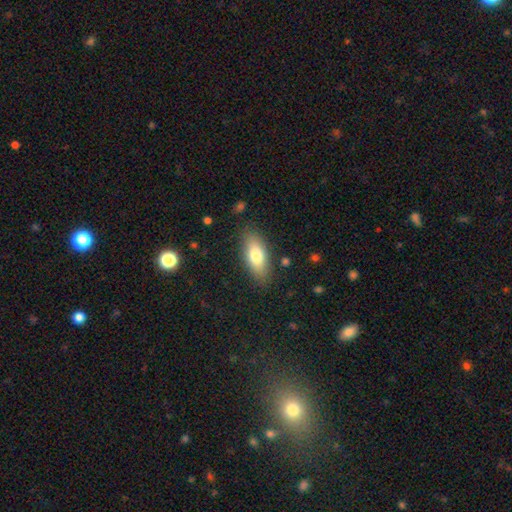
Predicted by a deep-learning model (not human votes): Smooth or featured? smooth (76%)
How rounded? in between (79%)
Merging? none (84%)